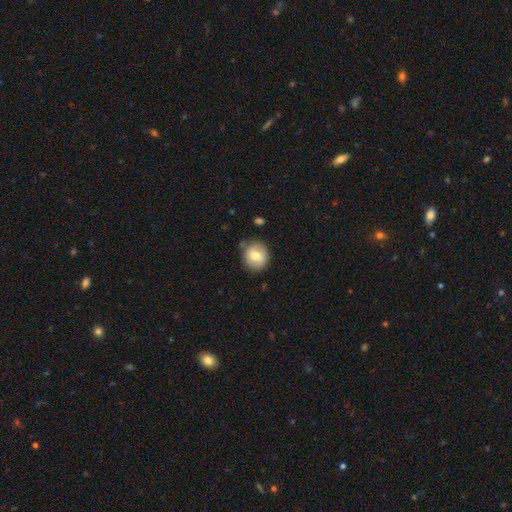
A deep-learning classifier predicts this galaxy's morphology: Smooth or featured?
  - smooth: 67% *
  - featured or disk: 26%
  - star or artifact: 8%
How rounded?
  - round: 76% *
  - in between: 23%
  - cigar-shaped: 1%
Merging?
  - none: 78% *
  - minor disturbance: 16%
  - major disturbance: 4%
  - merger: 3%